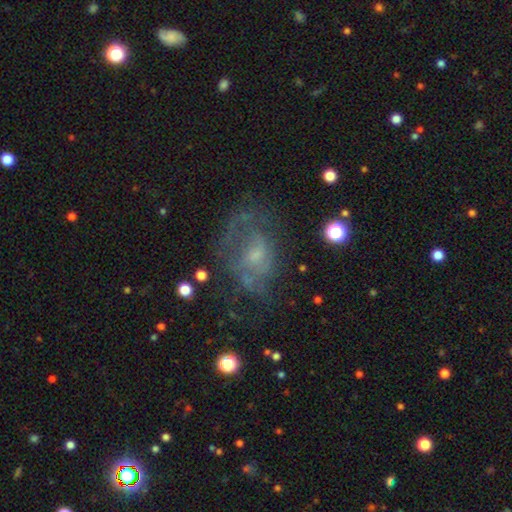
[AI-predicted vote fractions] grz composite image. It shows a featured or disk galaxy (59%) with no bar (66%), spiral arms (54%) and a small central bulge (52%). Merging: none (44%).